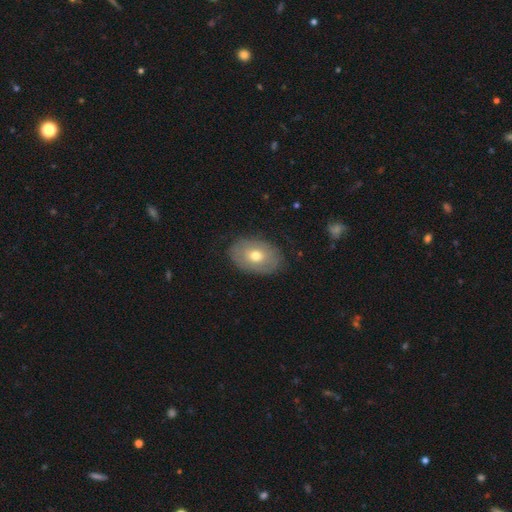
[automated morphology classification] smooth-or-featured: smooth: 55% | featured or disk: 38% | star or artifact: 7%
  how-rounded: in between: 84% | round: 15% | cigar-shaped: 1%
  merging: none: 78% | minor disturbance: 16% | major disturbance: 4% | merger: 1%